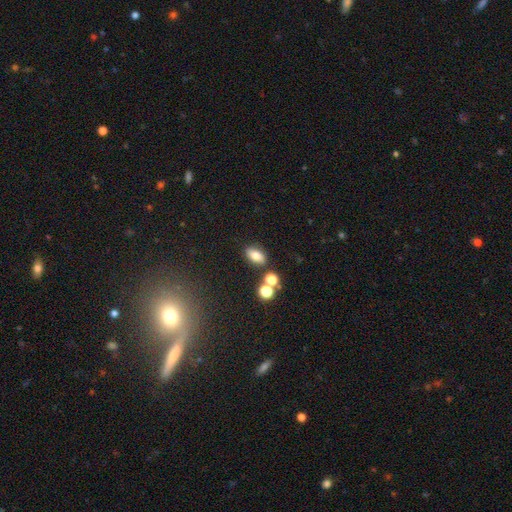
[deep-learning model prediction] This appears to be a smooth galaxy with no disk features (75%) that is in between round and cigar-shaped (82%). Merging: none (78%).